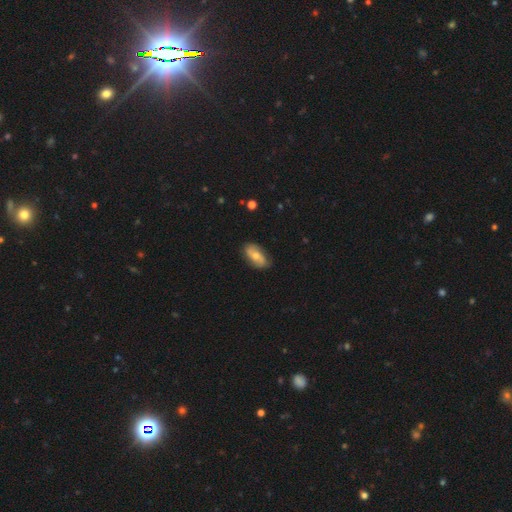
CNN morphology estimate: type=featured or disk (52%); edge-on=no (91%); merging=none (78%).